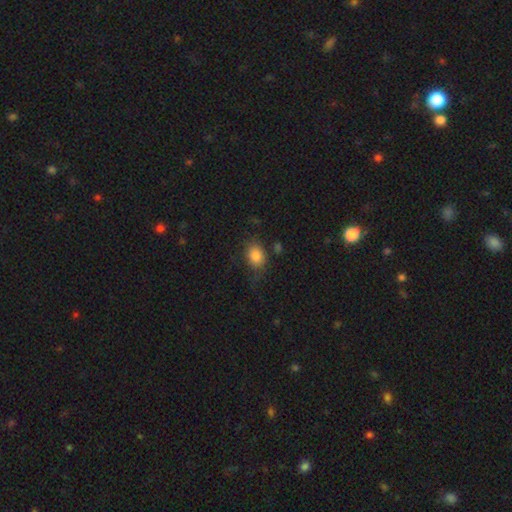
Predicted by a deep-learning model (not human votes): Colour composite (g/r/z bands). It shows a smooth galaxy with no disk features (83%) that is in between round and cigar-shaped (56%). Merging: none (65%).